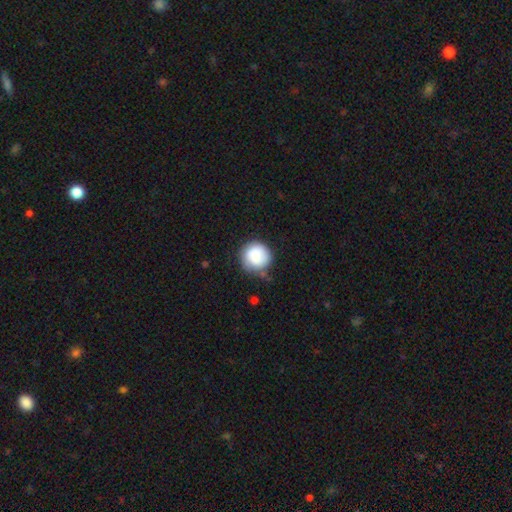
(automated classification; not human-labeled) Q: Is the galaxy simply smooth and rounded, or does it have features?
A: smooth — 84%.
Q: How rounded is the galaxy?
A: round — 93%.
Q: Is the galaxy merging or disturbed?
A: none — 72%.